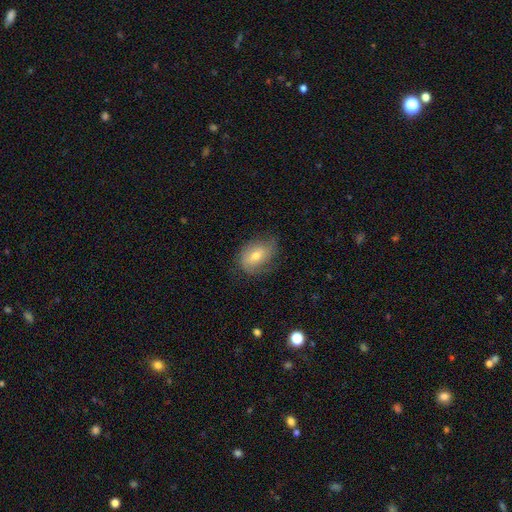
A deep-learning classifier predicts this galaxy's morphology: type=smooth (48%); merging=none (61%).